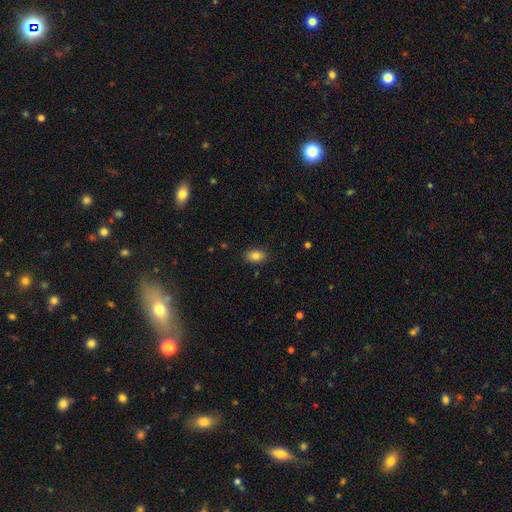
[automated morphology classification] smooth 83%, star or artifact 9%, featured or disk 8%. Down the decision tree: how rounded — in between (83%); merging — none (87%).